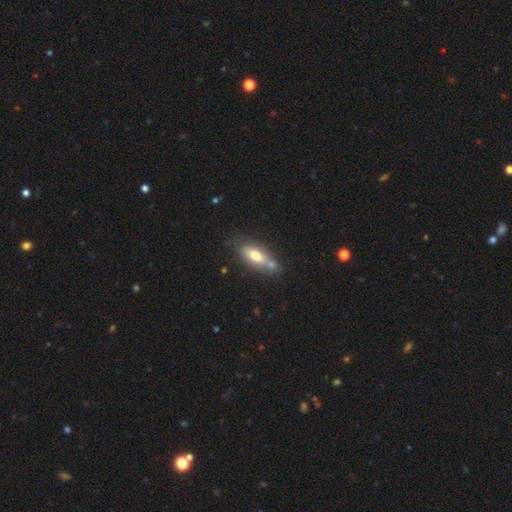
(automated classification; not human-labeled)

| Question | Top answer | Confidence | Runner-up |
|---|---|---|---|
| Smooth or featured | smooth | 69% | featured or disk (24%) |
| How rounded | in between | 74% | cigar-shaped (23%) |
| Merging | none | 56% | merger (23%) |